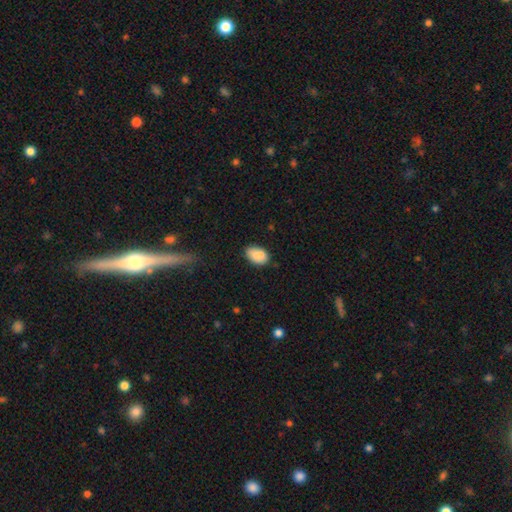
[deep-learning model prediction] smooth-or-featured: smooth: 84% | star or artifact: 8% | featured or disk: 8%
  how-rounded: in between: 88% | round: 11% | cigar-shaped: 1%
  merging: none: 66% | minor disturbance: 25% | merger: 5% | major disturbance: 5%